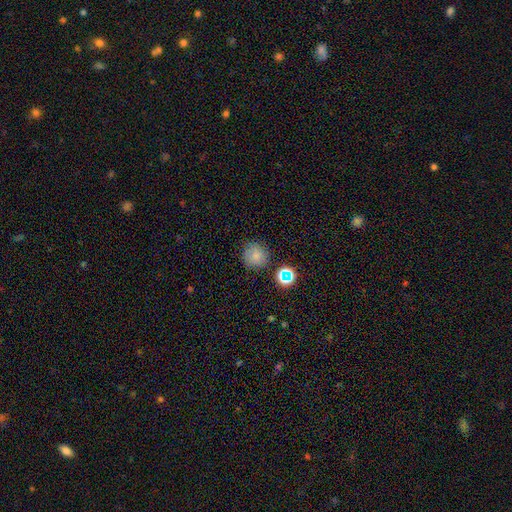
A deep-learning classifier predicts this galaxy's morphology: smooth-or-featured: smooth: 76% | star or artifact: 16% | featured or disk: 8%
  how-rounded: round: 93% | in between: 6% | cigar-shaped: 1%
  merging: none: 81% | minor disturbance: 11% | merger: 4% | major disturbance: 3%